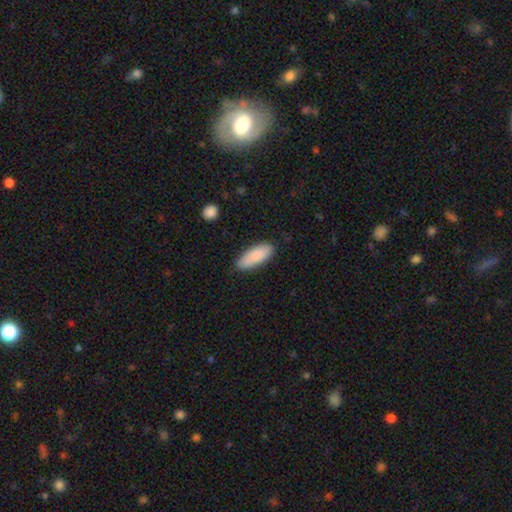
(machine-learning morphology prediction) smooth 88%, featured or disk 6%, star or artifact 6%. Down the decision tree: how rounded — in between (68%); merging — none (81%).